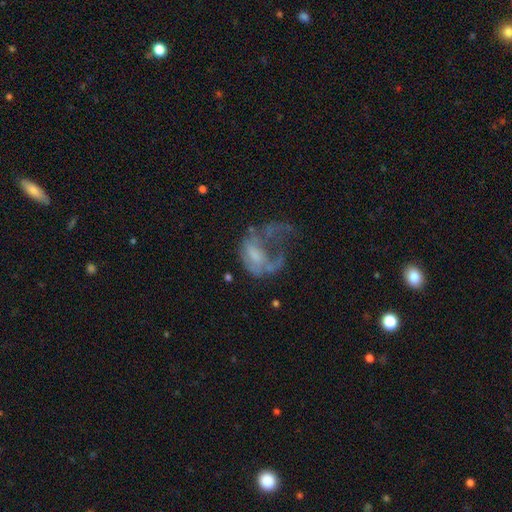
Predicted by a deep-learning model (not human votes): smooth-or-featured: featured or disk: 58% | smooth: 29% | star or artifact: 13%
  disk-edge-on: no: 97% | yes: 3%
    bar: no: 73% | weak: 21% | strong: 5%
    has-spiral-arms: no: 69% | yes: 31%
    bulge-size: none: 44% | moderate: 25% | small: 22% | large: 7% | dominant: 2%
  merging: major disturbance: 58% | none: 18% | minor disturbance: 13% | merger: 11%